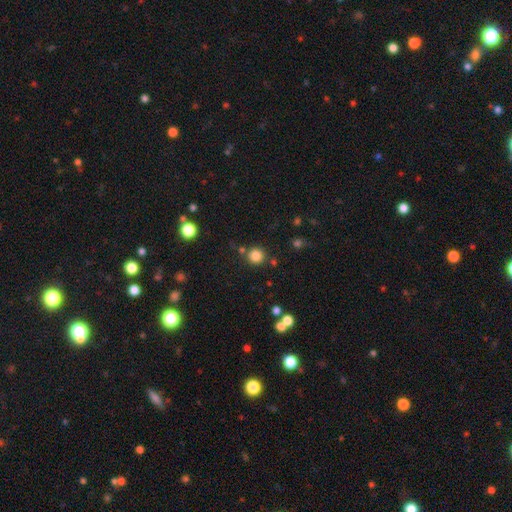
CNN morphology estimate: This is clearly a smooth galaxy (82%). How rounded: clearly round (94%). Merging: clearly none (82%).